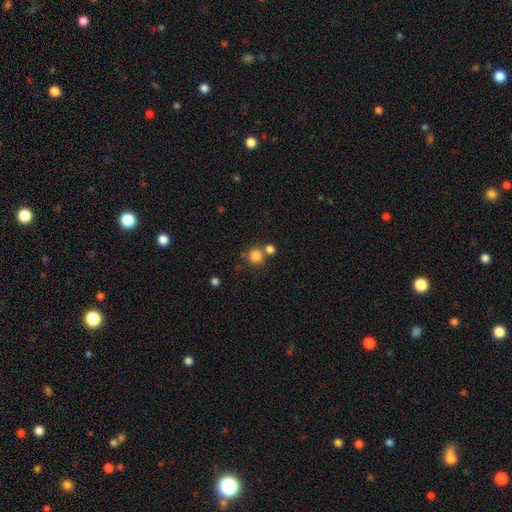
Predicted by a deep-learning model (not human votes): Q: Smooth or featured?
A: smooth (83%); runner-up: star or artifact (12%)
Q: How rounded?
A: round (92%); runner-up: in between (7%)
Q: Merging?
A: none (66%); runner-up: merger (22%)